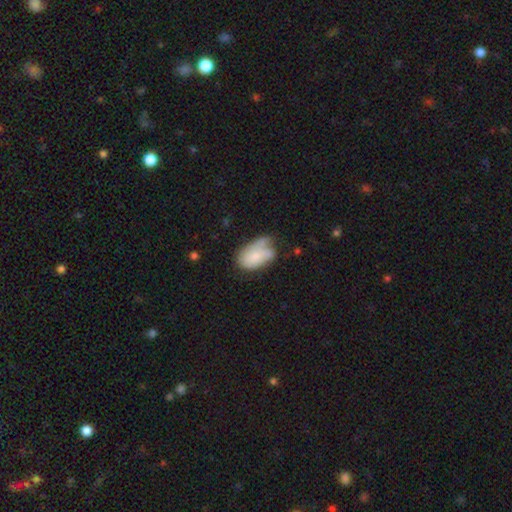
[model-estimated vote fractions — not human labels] smooth-or-featured: smooth: 61% | featured or disk: 31% | star or artifact: 7%
  how-rounded: in between: 90% | round: 8% | cigar-shaped: 2%
  merging: minor disturbance: 36% | none: 31% | major disturbance: 22% | merger: 11%